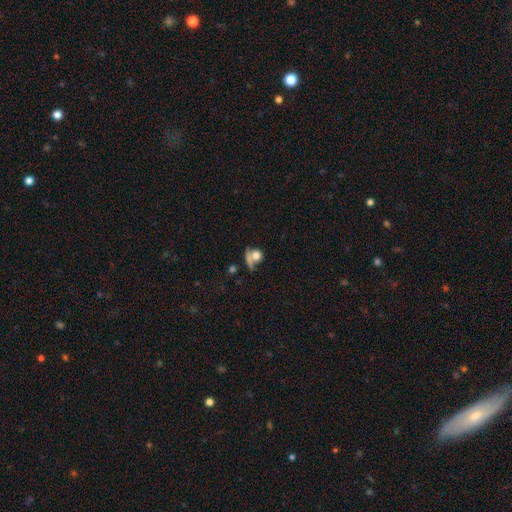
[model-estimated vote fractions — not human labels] Morphology: type=smooth (69%); roundness=round (74%); merging=none (41%).